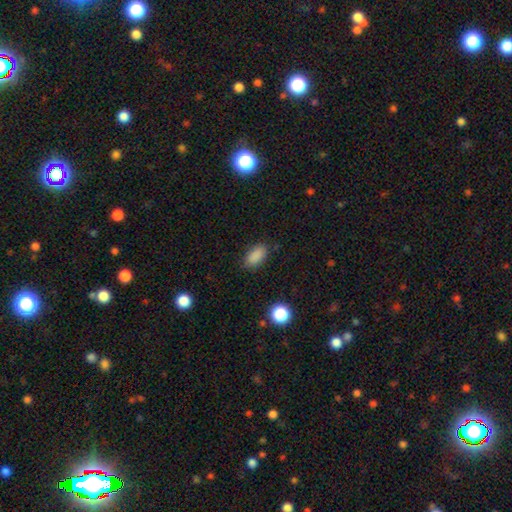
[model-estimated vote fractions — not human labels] smooth-or-featured: smooth: 87% | star or artifact: 10% | featured or disk: 4%
  how-rounded: in between: 89% | cigar-shaped: 5% | round: 5%
  merging: none: 83% | minor disturbance: 12% | major disturbance: 3% | merger: 2%